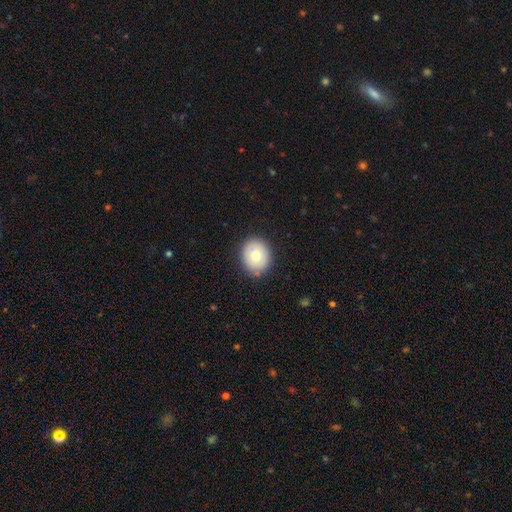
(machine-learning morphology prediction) Q: Smooth or featured?
A: smooth (74%); runner-up: featured or disk (17%)
Q: How rounded?
A: round (70%); runner-up: in between (29%)
Q: Merging?
A: none (85%); runner-up: minor disturbance (11%)